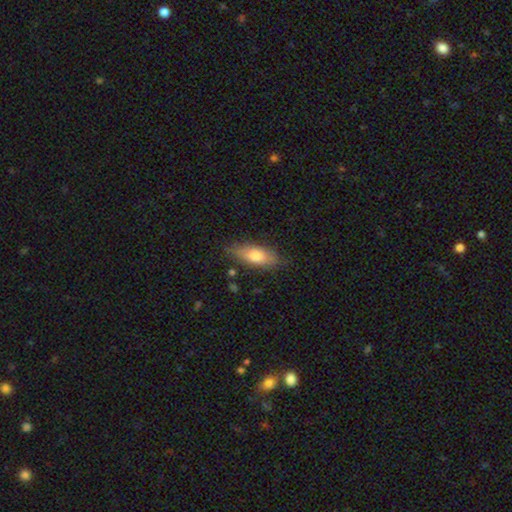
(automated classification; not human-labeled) A smooth galaxy with no disk features (72%) that is in between round and cigar-shaped (70%).

Vote fractions:
- Smooth or featured? smooth: 72% / featured or disk: 22% / star or artifact: 7%
- How rounded? in between: 70% / cigar-shaped: 27% / round: 3%
- Merging? none: 80% / minor disturbance: 15% / major disturbance: 3% / merger: 2%